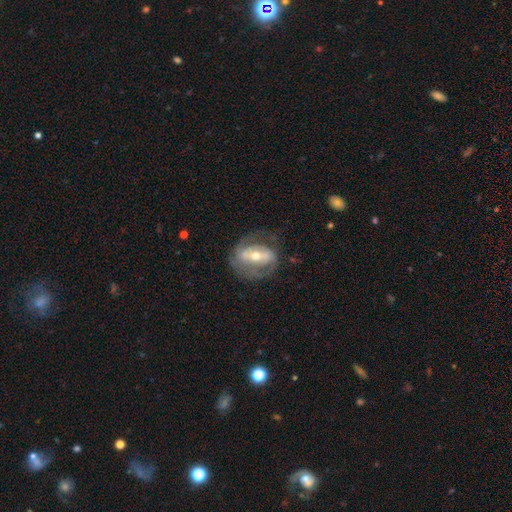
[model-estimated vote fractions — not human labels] The model was most divided on "spiral winding": medium: 41%, tight: 38%, loose: 21%. Remaining: edge-on disk — no (94%); smooth or featured — featured or disk (76%); spiral arms — yes (74%); spiral arm count — 2 (69%); merging — none (59%); bulge size — moderate (58%); bar — strong (46%).